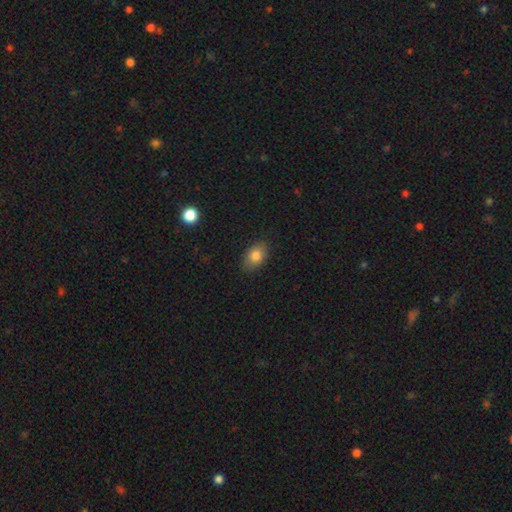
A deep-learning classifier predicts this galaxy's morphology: Smooth or featured: smooth — 81% (featured or disk — 10%)
How rounded: in between — 84% (round — 14%)
Merging: none — 85% (minor disturbance — 11%)